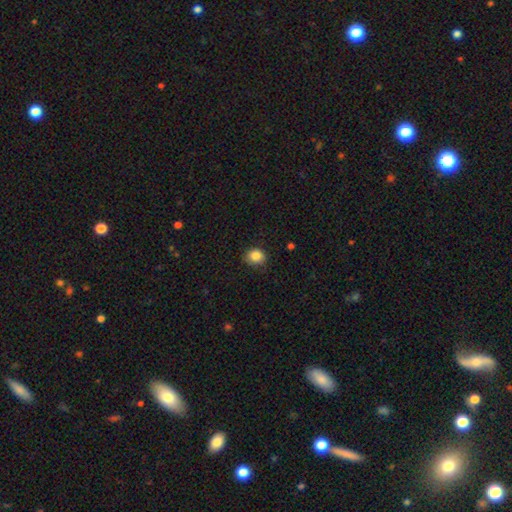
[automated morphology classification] Smooth or featured: smooth — 86% (star or artifact — 10%)
How rounded: round — 67% (in between — 32%)
Merging: none — 82% (minor disturbance — 14%)